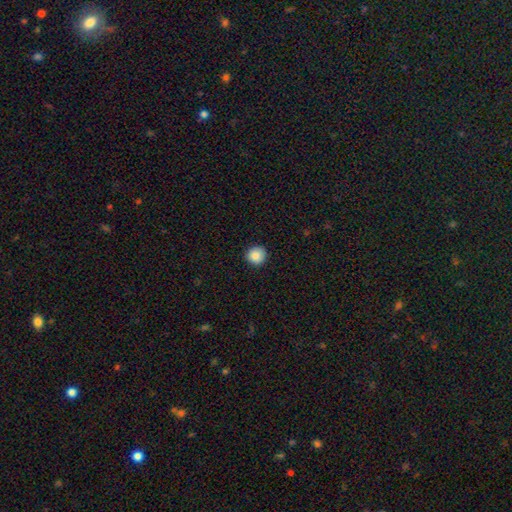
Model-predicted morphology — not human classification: Smooth or featured? Predicted: smooth (p=0.88). How rounded? Predicted: round (p=0.93). Merging? Predicted: none (p=0.92).